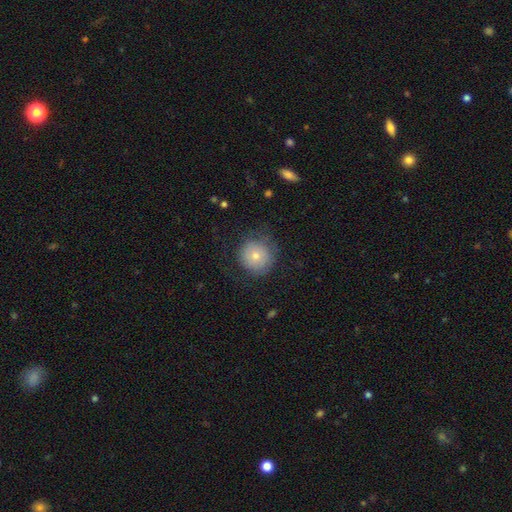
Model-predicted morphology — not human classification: This is likely a smooth galaxy (70%). How rounded: clearly round (92%). Merging: likely none (70%).